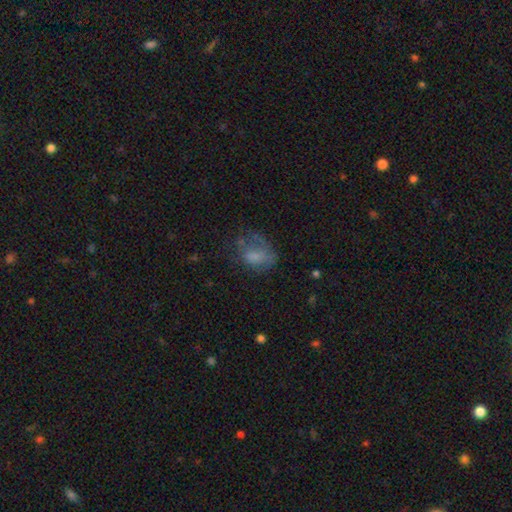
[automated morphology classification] The model was most divided on "merging": major disturbance: 37%, none: 35%, minor disturbance: 26%, merger: 3%. More confident: how rounded — in between (67%); smooth or featured — smooth (59%).